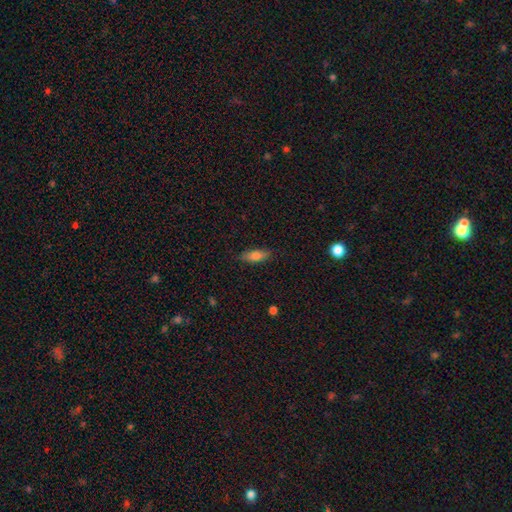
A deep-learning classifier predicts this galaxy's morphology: smooth 74%, featured or disk 18%, star or artifact 8%. Down the decision tree: how rounded — in between (59%); merging — none (85%).